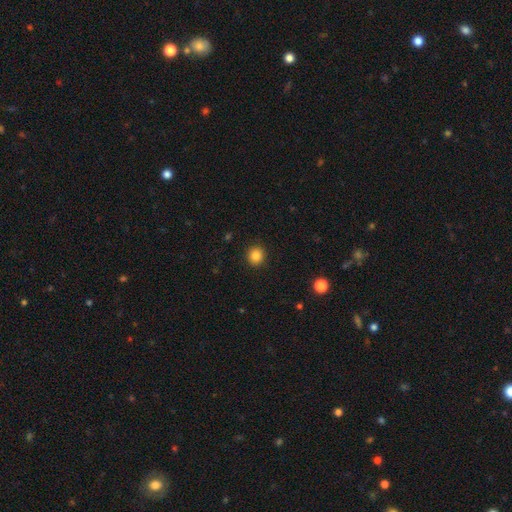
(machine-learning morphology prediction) smooth 85%, star or artifact 11%, featured or disk 4%. Down the decision tree: how rounded — round (90%); merging — none (92%).